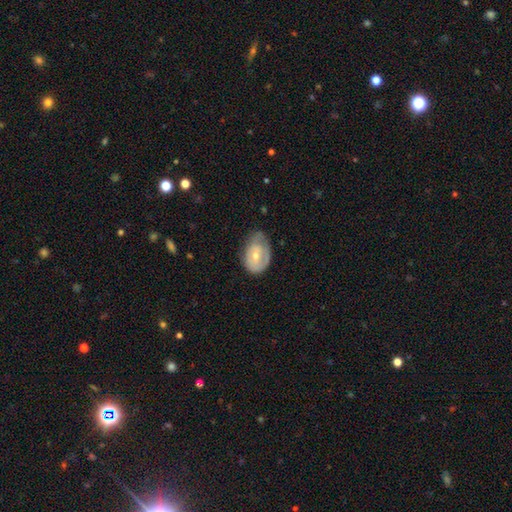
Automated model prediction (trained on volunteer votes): The model was most divided on "merging": minor disturbance: 41%, none: 39%, major disturbance: 19%, merger: 2%. More confident: how rounded — in between (78%); smooth or featured — smooth (51%).